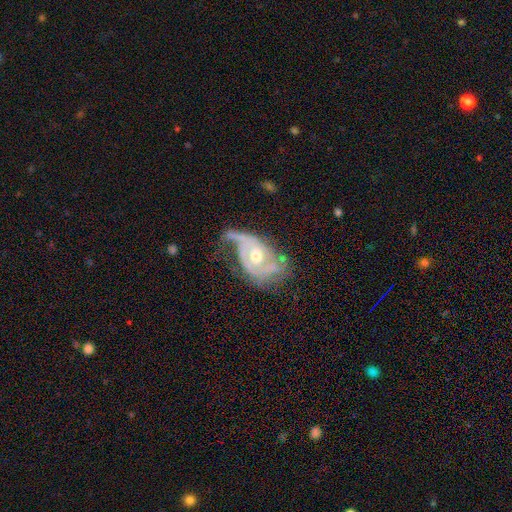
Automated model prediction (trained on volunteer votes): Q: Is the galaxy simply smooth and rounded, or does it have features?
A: featured or disk — 83%.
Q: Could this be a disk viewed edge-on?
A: no — 96%.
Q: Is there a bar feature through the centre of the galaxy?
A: no — 67%.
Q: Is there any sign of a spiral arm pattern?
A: yes — 85%.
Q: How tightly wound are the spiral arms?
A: tight — 42%.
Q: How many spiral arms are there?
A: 2 — 45%.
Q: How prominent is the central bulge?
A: moderate — 73%.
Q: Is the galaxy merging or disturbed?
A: major disturbance — 36%.